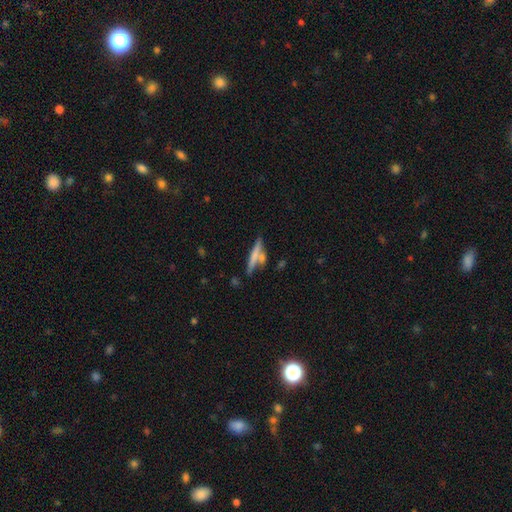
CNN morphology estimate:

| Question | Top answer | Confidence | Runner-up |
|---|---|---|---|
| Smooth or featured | smooth | 57% | featured or disk (35%) |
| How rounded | cigar-shaped | 86% | in between (11%) |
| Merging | none | 54% | merger (29%) |